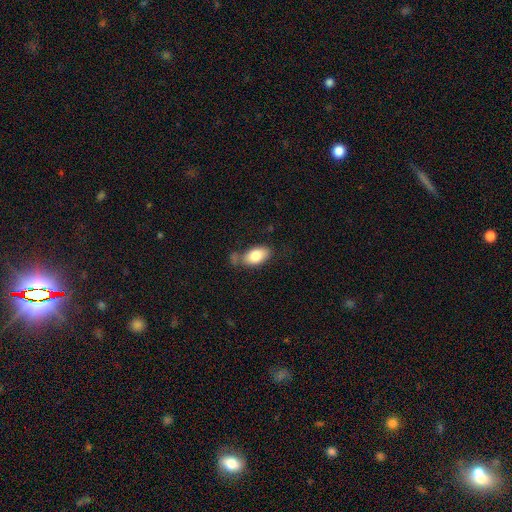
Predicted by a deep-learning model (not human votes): This is clearly a smooth galaxy (82%). How rounded: clearly in between (93%). Merging: likely none (61%).